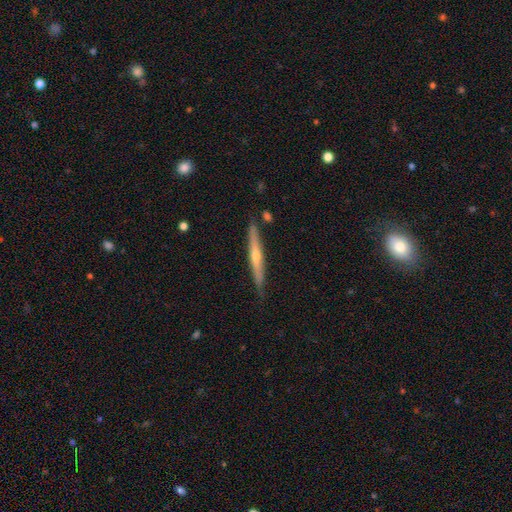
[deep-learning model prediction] Smooth or featured? Predicted: featured or disk (p=0.64). Edge-on disk? Predicted: yes (p=0.96). Edge-on bulge? Predicted: rounded (p=0.73). Merging? Predicted: none (p=0.84).